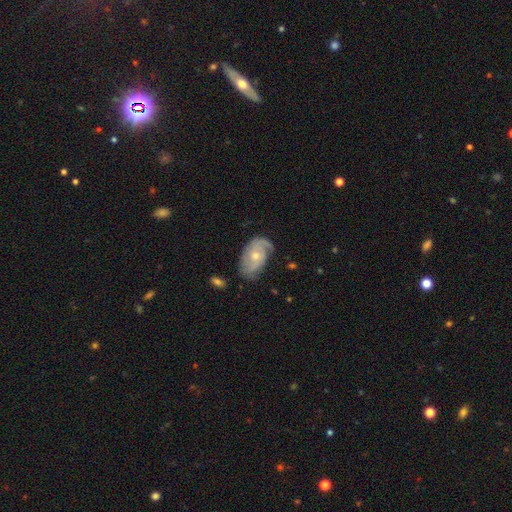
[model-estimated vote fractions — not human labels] The model was most divided on "spiral winding" (2-way tie): medium: 39%, tight: 39%, loose: 22%. More confident: edge-on disk — no (96%); spiral arms — yes (88%); smooth or featured — featured or disk (72%); bar — no (71%); merging — none (61%); spiral arm count — 2 (52%); bulge size — moderate (51%).